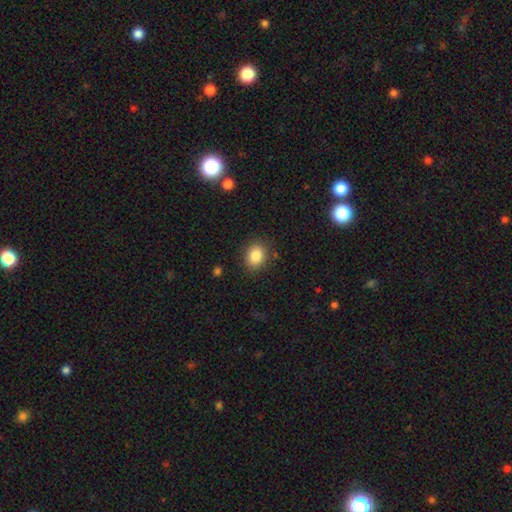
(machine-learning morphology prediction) Smooth or featured? smooth (85%)
How rounded? round (55%)
Merging? none (86%)